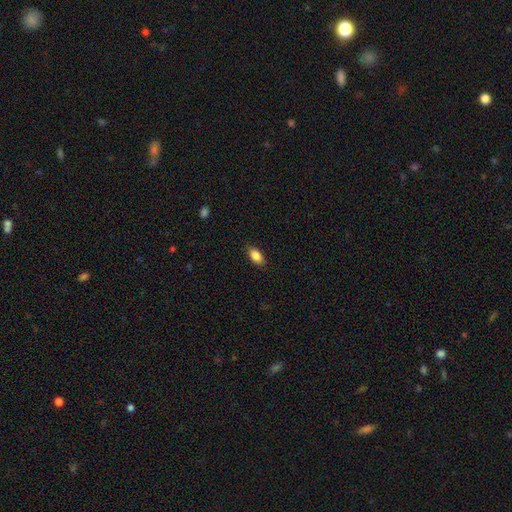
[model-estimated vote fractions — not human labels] Smooth or featured?
  - smooth: 87% *
  - star or artifact: 7%
  - featured or disk: 5%
How rounded?
  - in between: 90% *
  - round: 5%
  - cigar-shaped: 5%
Merging?
  - none: 86% *
  - minor disturbance: 10%
  - major disturbance: 2%
  - merger: 1%